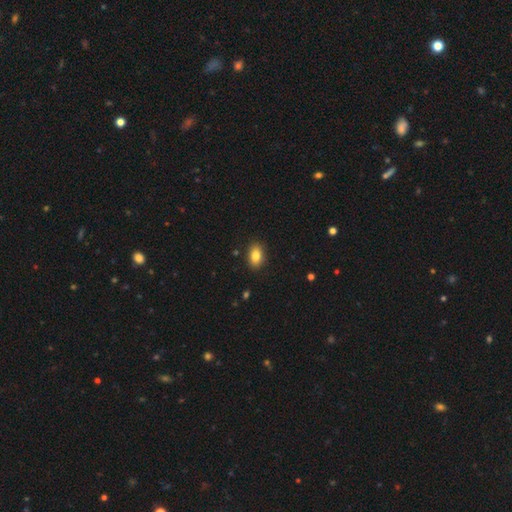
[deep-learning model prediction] This is clearly a smooth galaxy (84%). How rounded: clearly in between (85%). Merging: clearly none (88%).